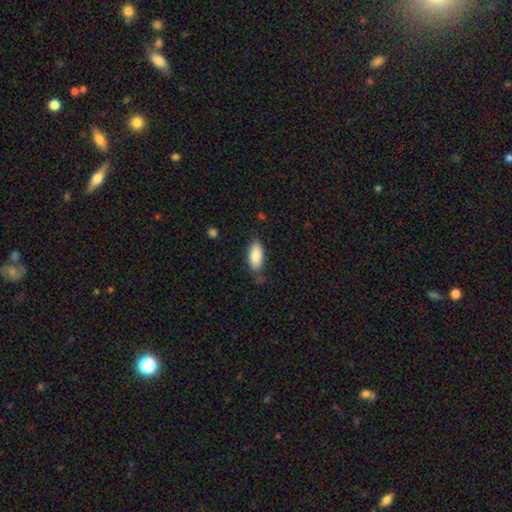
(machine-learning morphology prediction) Smooth or featured?
  - smooth: 86% *
  - featured or disk: 8%
  - star or artifact: 6%
How rounded?
  - in between: 89% *
  - cigar-shaped: 9%
  - round: 2%
Merging?
  - none: 73% *
  - minor disturbance: 20%
  - major disturbance: 4%
  - merger: 3%